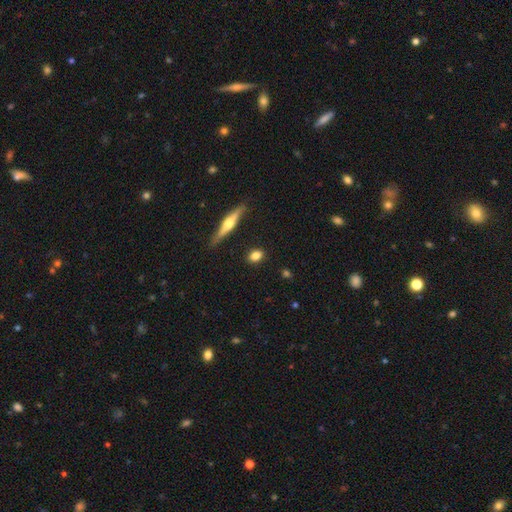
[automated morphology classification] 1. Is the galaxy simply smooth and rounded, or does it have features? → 78% smooth, 14% featured or disk, 8% star or artifact.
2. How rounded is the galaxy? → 61% in between, 30% round, 9% cigar-shaped.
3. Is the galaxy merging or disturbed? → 86% none, 9% minor disturbance, 2% major disturbance, 2% merger.